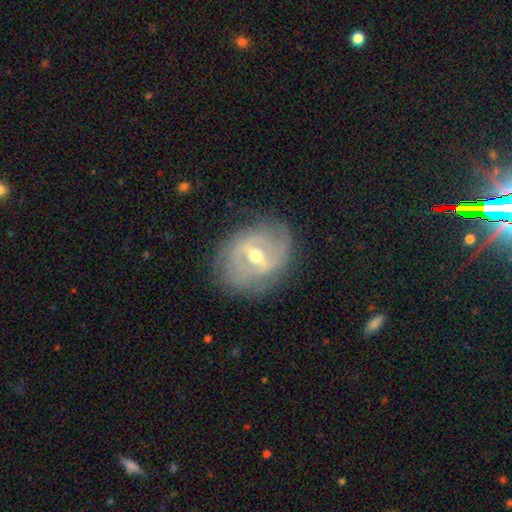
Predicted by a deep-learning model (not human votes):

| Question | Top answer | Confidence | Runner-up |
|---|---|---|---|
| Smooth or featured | featured or disk | 79% | smooth (12%) |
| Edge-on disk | no | 95% | yes (5%) |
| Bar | weak | 48% | strong (38%) |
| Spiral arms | yes | 86% | no (14%) |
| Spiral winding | tight | 47% | medium (35%) |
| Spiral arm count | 2 | 50% | can't tell (29%) |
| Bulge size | moderate | 61% | small (34%) |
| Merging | none | 78% | minor disturbance (15%) |